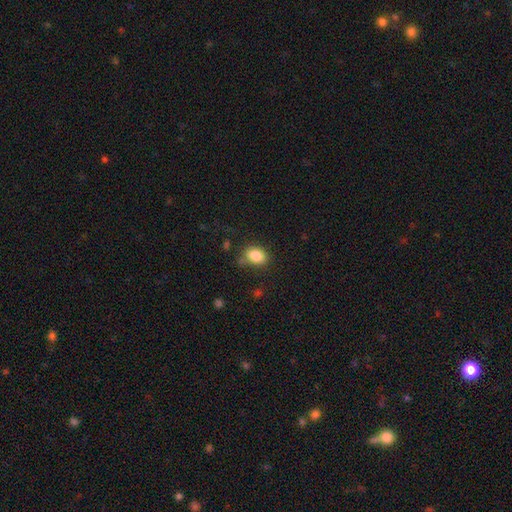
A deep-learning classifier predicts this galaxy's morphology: Smooth or featured? smooth (85%)
How rounded? in between (75%)
Merging? none (70%)